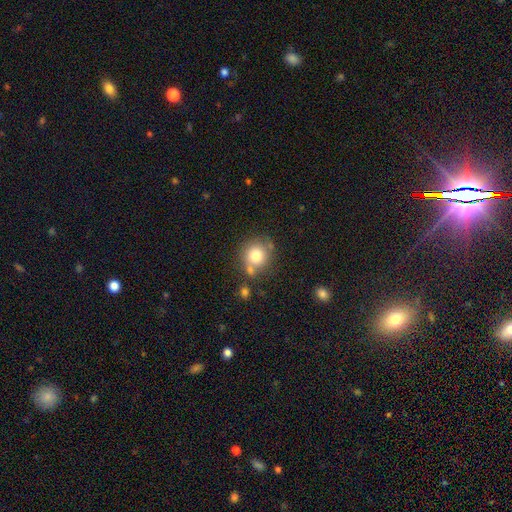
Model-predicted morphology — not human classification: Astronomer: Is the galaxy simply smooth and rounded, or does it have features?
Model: smooth — 78%.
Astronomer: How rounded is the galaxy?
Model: round — 87%.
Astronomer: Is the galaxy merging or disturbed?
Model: none — 65%.